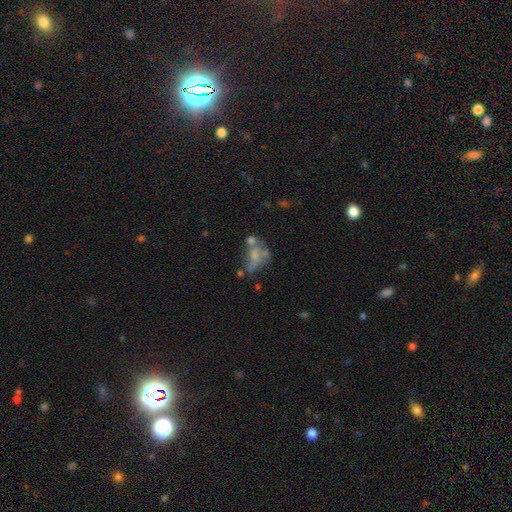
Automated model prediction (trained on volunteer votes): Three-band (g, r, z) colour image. It shows a featured or disk galaxy (47%). Merging: merger (30%).